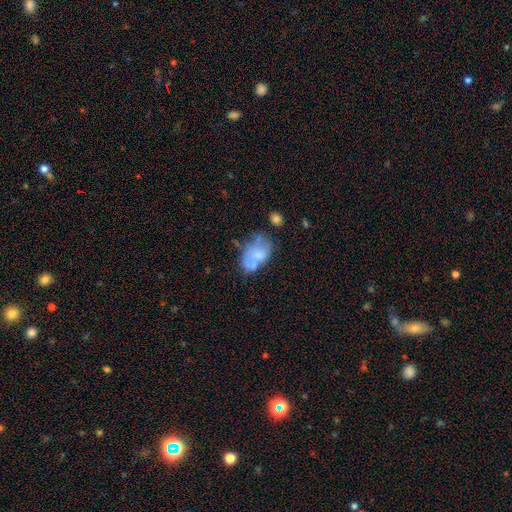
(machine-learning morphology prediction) Q: Smooth or featured?
A: smooth (52%); runner-up: featured or disk (39%)
Q: How rounded?
A: in between (86%); runner-up: round (13%)
Q: Merging?
A: none (30%); runner-up: minor disturbance (26%)